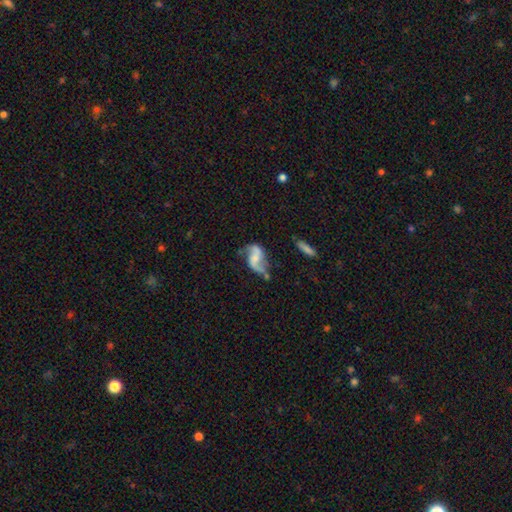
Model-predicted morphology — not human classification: type=featured or disk (79%); edge-on=no (97%); bar=no (42%); spiral arms=yes (93%); winding=loose (74%); arm count=2 (90%); bulge=none (35%); merging=none (54%).